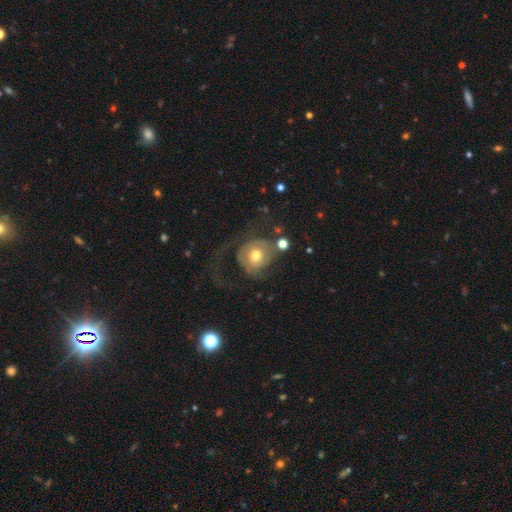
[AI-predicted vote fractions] featured or disk 51%, smooth 41%, star or artifact 8%. Down the decision tree: edge-on disk — no (96%); merging — major disturbance (46%).